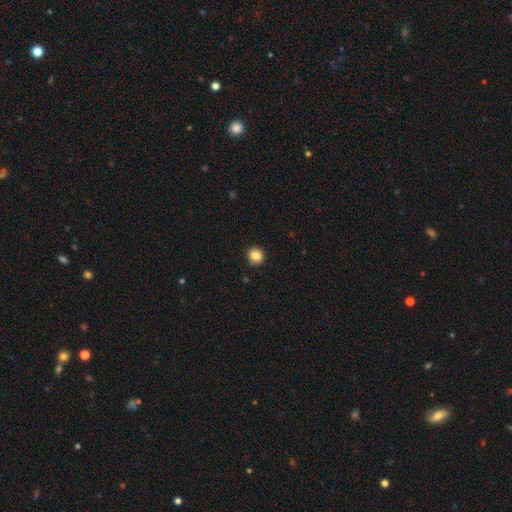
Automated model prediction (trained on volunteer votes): This appears to be a smooth galaxy with no disk features (86%) that is round (81%). Merging: none (89%).